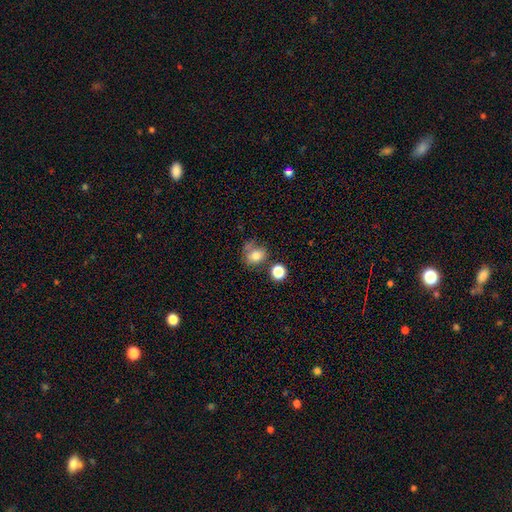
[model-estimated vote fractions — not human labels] The model was most divided on "merging": none: 49%, minor disturbance: 22%, merger: 18%, major disturbance: 11%. More confident: smooth or featured — smooth (76%); how rounded — round (64%).